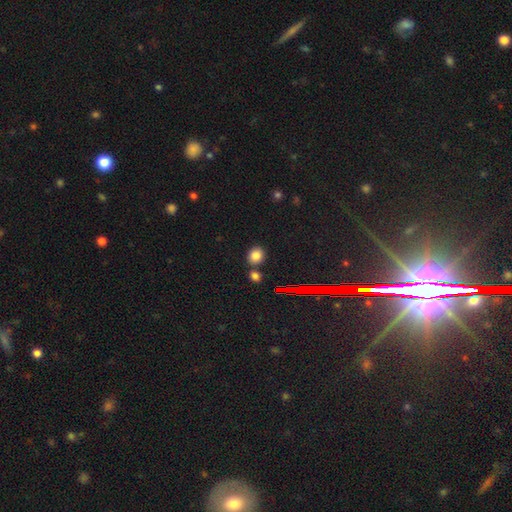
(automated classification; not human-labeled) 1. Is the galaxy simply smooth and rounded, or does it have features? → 79% smooth, 14% star or artifact, 6% featured or disk.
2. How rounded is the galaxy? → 69% round, 30% in between, 1% cigar-shaped.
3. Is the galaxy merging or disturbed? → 73% none, 16% merger, 9% minor disturbance, 3% major disturbance.